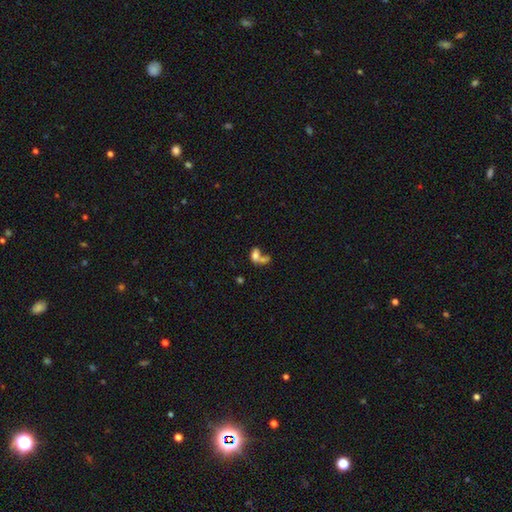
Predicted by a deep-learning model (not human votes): smooth 70%, featured or disk 18%, star or artifact 12%. Down the decision tree: how rounded — in between (80%); merging — merger (60%).